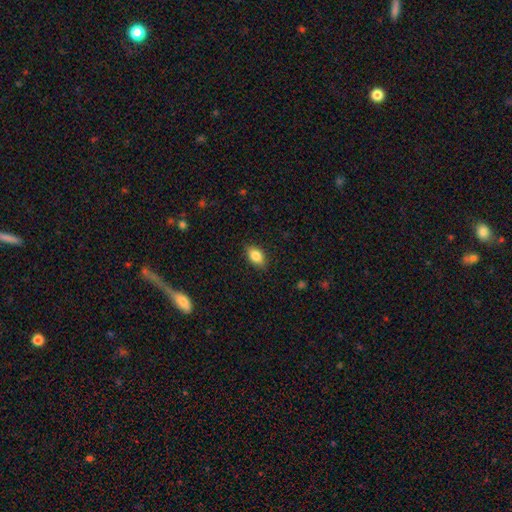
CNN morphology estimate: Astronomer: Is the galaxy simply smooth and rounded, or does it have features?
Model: smooth — 85%.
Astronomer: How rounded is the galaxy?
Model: in between — 88%.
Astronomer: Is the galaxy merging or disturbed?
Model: none — 85%.